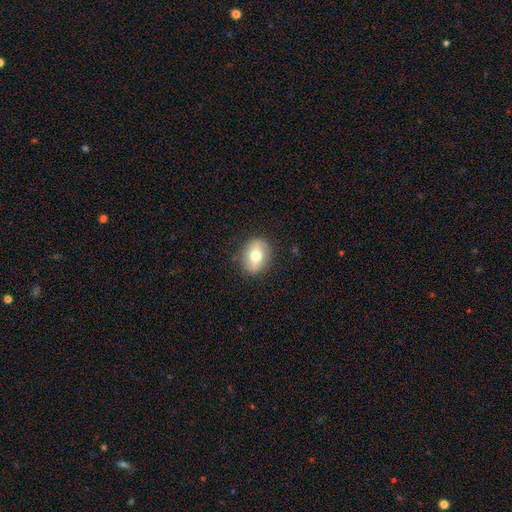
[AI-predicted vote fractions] smooth-or-featured: smooth: 63% | featured or disk: 30% | star or artifact: 8%
  how-rounded: in between: 62% | round: 36% | cigar-shaped: 2%
  merging: none: 86% | minor disturbance: 10% | major disturbance: 3% | merger: 1%